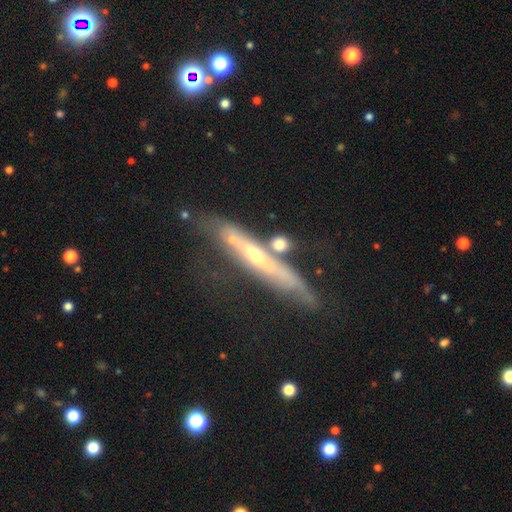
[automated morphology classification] A featured or disk galaxy (74%) viewed edge-on (81%) with a rounded central bulge (68%).

Vote fractions:
- Smooth or featured? featured or disk: 74% / smooth: 19% / star or artifact: 7%
- Edge-on disk? yes: 81% / no: 19%
- Edge-on bulge? rounded: 68% / none: 28% / boxy: 4%
- Merging? none: 51% / minor disturbance: 23% / merger: 14% / major disturbance: 11%